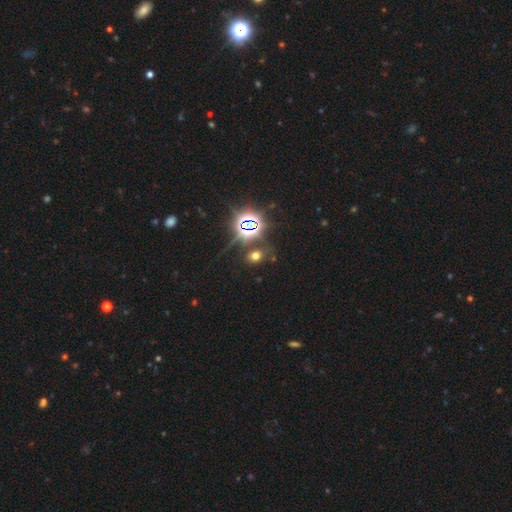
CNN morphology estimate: smooth 51%, star or artifact 40%, featured or disk 9%. Down the decision tree: how rounded — in between (58%); merging — none (78%).